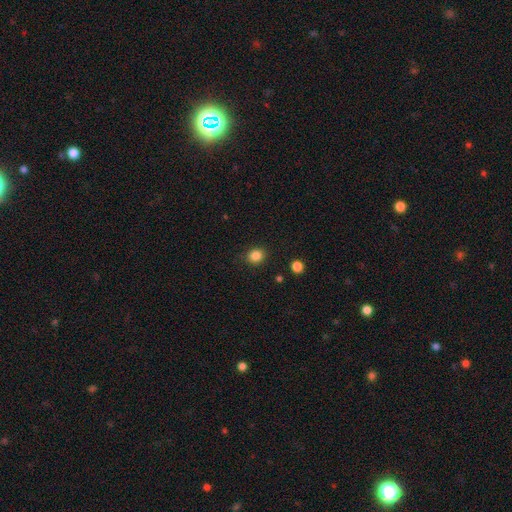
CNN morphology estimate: type=smooth (85%); roundness=round (75%); merging=none (88%).